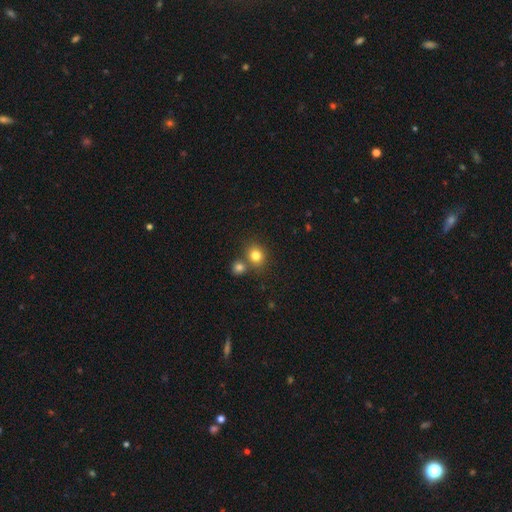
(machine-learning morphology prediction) This appears to be a smooth galaxy with no disk features (81%) that is round (79%). Merging: none (63%).